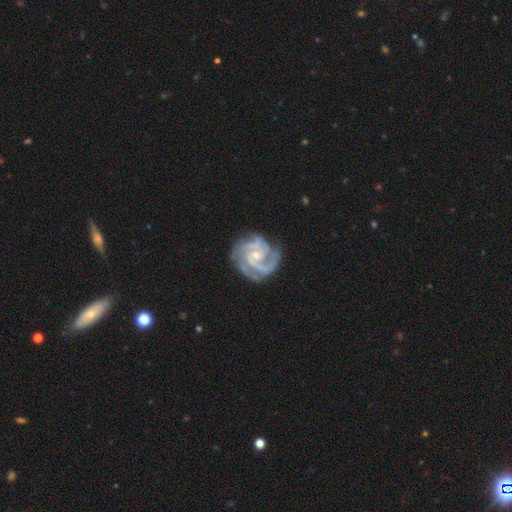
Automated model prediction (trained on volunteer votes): Smooth or featured?
  - featured or disk: 92% *
  - star or artifact: 5%
  - smooth: 4%
Edge-on disk?
  - no: 98% *
  - yes: 2%
Bar?
  - no: 56% *
  - weak: 34%
  - strong: 9%
Spiral arms?
  - yes: 98% *
  - no: 2%
Spiral winding?
  - tight: 54% *
  - medium: 40%
  - loose: 5%
Spiral arm count?
  - 3: 49% *
  - 2: 20%
  - 4: 13%
  - can't tell: 9%
  - more than 4: 5%
  - 1: 5%
Bulge size?
  - small: 67% *
  - moderate: 27%
  - none: 4%
  - large: 1%
  - dominant: 1%
Merging?
  - none: 73% *
  - minor disturbance: 18%
  - major disturbance: 8%
  - merger: 2%